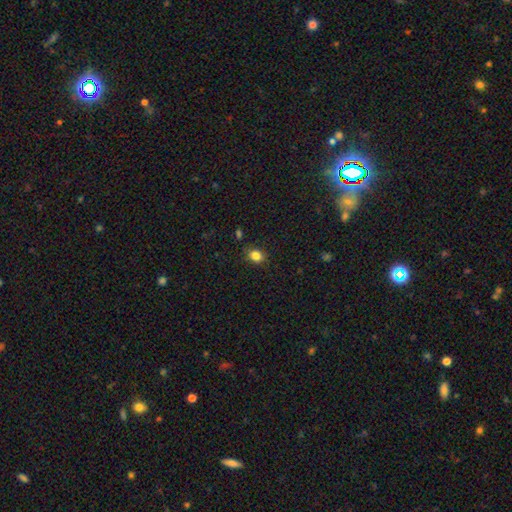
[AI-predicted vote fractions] This appears to be a smooth galaxy with no disk features (83%) that is in between round and cigar-shaped (53%). Merging: none (84%).